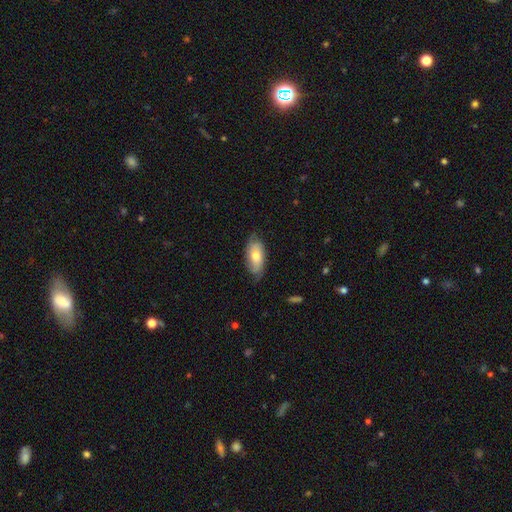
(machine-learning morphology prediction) Smooth or featured: smooth — 66% (featured or disk — 27%)
How rounded: in between — 86% (cigar-shaped — 11%)
Merging: none — 73% (minor disturbance — 22%)